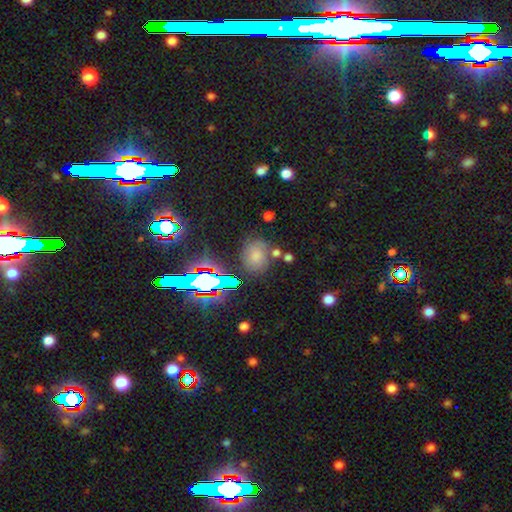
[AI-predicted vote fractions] A smooth galaxy with no disk features (61%) that is round (57%).

Vote fractions:
- Smooth or featured? smooth: 61% / star or artifact: 25% / featured or disk: 14%
- How rounded? round: 57% / in between: 42% / cigar-shaped: 2%
- Merging? none: 70% / minor disturbance: 16% / merger: 8% / major disturbance: 6%